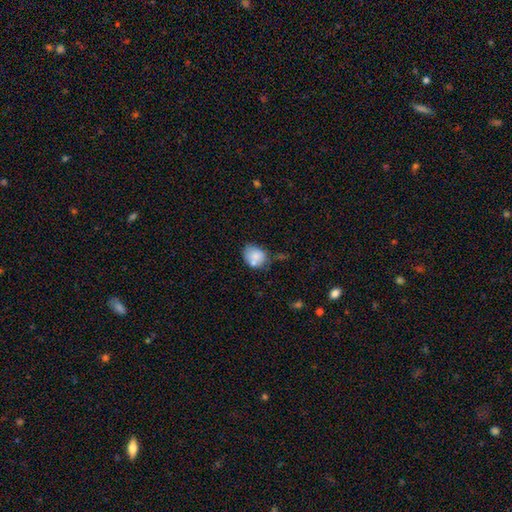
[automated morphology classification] This is likely a smooth galaxy (77%). How rounded: possibly in between (50%). Merging: possibly none (47%).